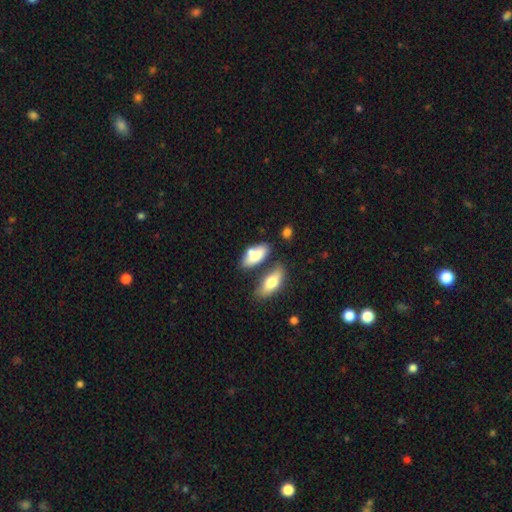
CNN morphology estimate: A smooth galaxy with no disk features (76%) that is in between round and cigar-shaped (83%).

Vote fractions:
- Smooth or featured? smooth: 76% / featured or disk: 16% / star or artifact: 7%
- How rounded? in between: 83% / cigar-shaped: 13% / round: 4%
- Merging? none: 45% / merger: 29% / minor disturbance: 18% / major disturbance: 7%